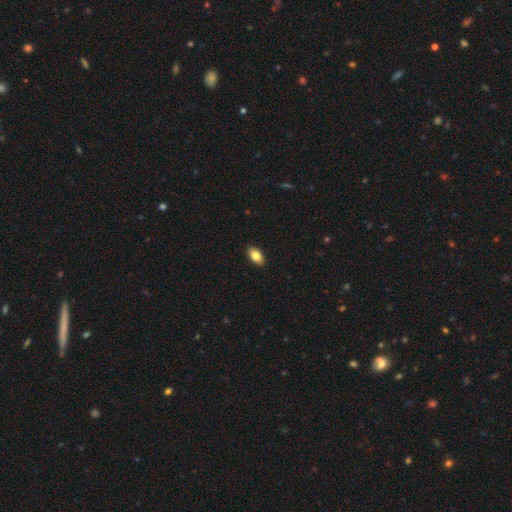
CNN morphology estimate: type=smooth (82%); roundness=in between (91%); merging=none (89%).